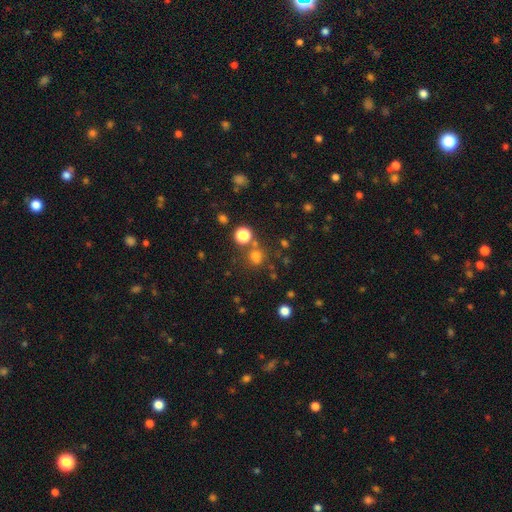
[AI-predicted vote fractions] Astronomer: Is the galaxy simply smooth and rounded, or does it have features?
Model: smooth — 69%.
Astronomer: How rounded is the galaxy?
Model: round — 79%.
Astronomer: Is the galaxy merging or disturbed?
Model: none — 68%.